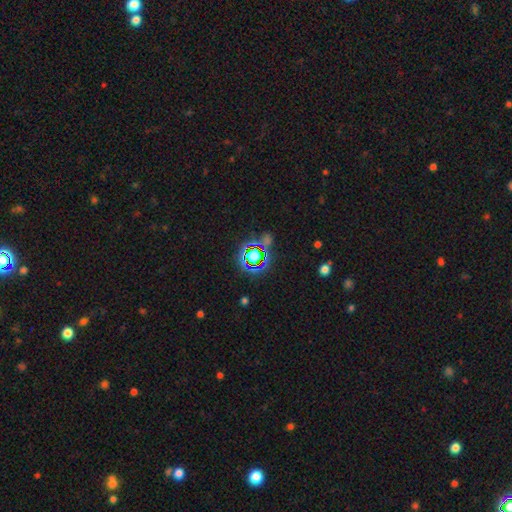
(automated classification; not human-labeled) star or artifact 73%, smooth 17%, featured or disk 10%.